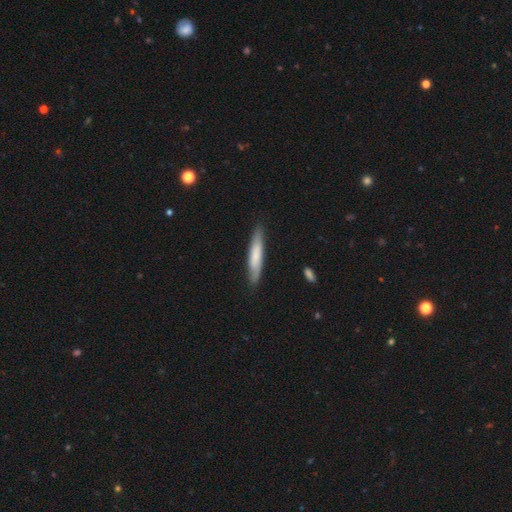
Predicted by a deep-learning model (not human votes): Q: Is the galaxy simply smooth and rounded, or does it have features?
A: smooth — 66%.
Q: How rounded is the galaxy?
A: cigar-shaped — 90%.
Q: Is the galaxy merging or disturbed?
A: none — 84%.